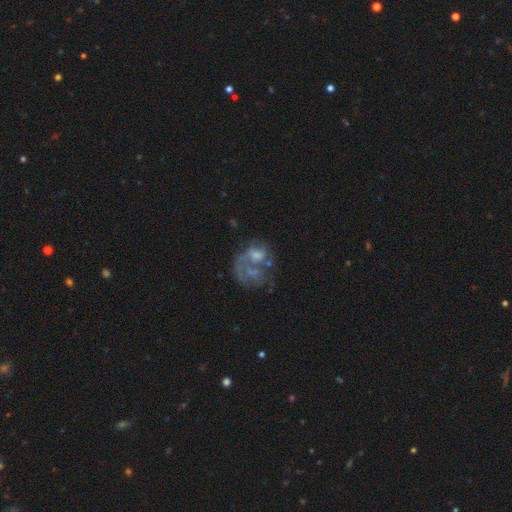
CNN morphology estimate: A featured or disk galaxy (65%) with no bar (78%), no spiral arms (53%) and no central bulge (38%).

Vote fractions:
- Smooth or featured? featured or disk: 65% / smooth: 22% / star or artifact: 13%
- Edge-on disk? no: 98% / yes: 2%
- Bar? no: 78% / weak: 18% / strong: 4%
- Spiral arms? no: 53% / yes: 47%
- Bulge size? none: 38% / moderate: 29% / small: 25% / large: 5% / dominant: 2%
- Merging? major disturbance: 36% / none: 28% / merger: 23% / minor disturbance: 13%